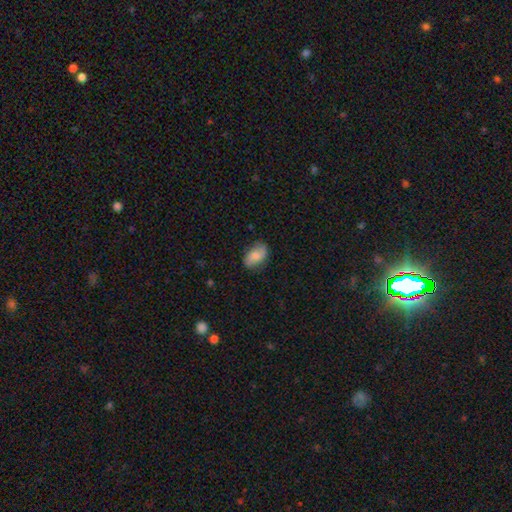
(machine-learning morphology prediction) Overall: smooth (71%). How rounded: in between (91%). Merging: none (78%).